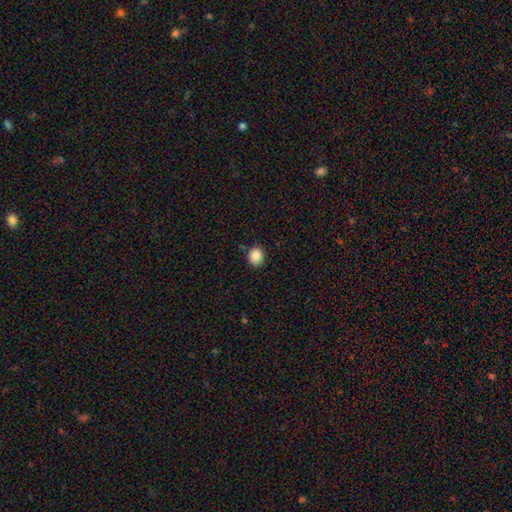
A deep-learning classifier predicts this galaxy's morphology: This is clearly a smooth galaxy (88%). How rounded: likely round (72%). Merging: clearly none (84%).